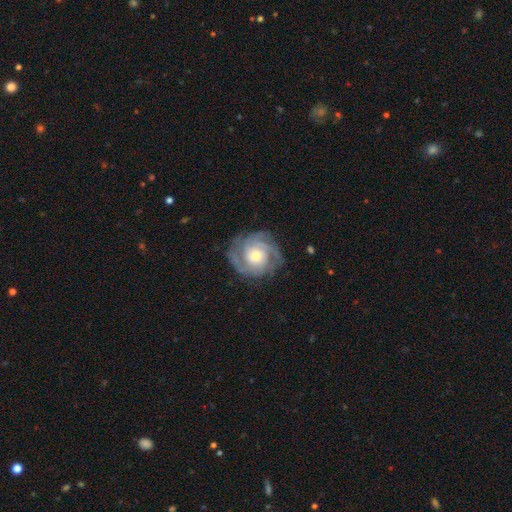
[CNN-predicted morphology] Smooth or featured: featured or disk — 84% (smooth — 11%)
Edge-on disk: no — 98% (yes — 2%)
Bar: no — 76% (weak — 19%)
Spiral arms: yes — 96% (no — 4%)
Spiral winding: tight — 66% (medium — 29%)
Spiral arm count: 3 — 31% (can't tell — 23%)
Bulge size: moderate — 58% (small — 32%)
Merging: none — 79% (minor disturbance — 14%)